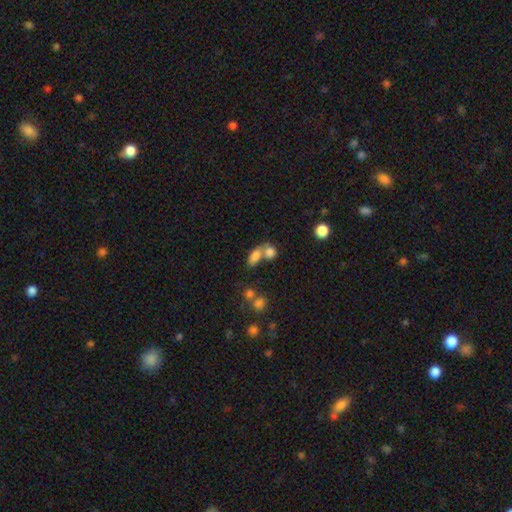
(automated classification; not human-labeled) Smooth or featured? Predicted: smooth (p=0.77). How rounded? Predicted: in between (p=0.78). Merging? Predicted: merger (p=0.53).